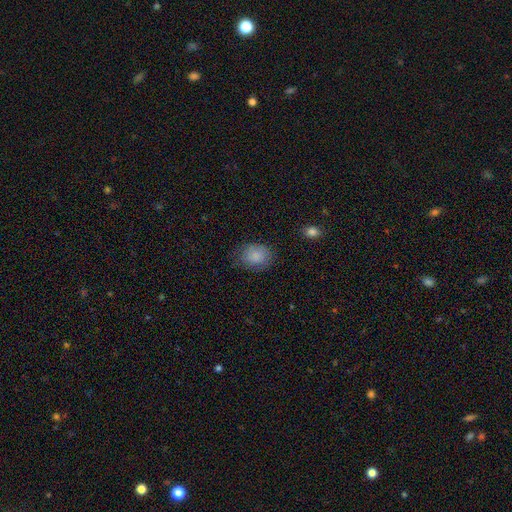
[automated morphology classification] Smooth or featured?
  - smooth: 85% *
  - star or artifact: 8%
  - featured or disk: 8%
How rounded?
  - in between: 55% *
  - round: 44%
  - cigar-shaped: 1%
Merging?
  - none: 71% *
  - minor disturbance: 21%
  - major disturbance: 7%
  - merger: 1%